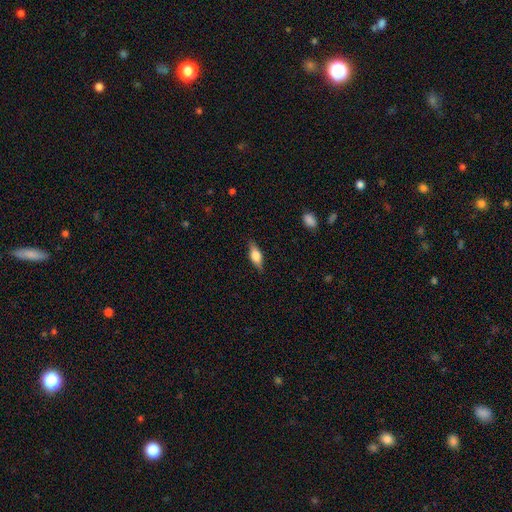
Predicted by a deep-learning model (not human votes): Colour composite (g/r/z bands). It shows a smooth galaxy with no disk features (59%) that is in between round and cigar-shaped (70%). Merging: none (84%).